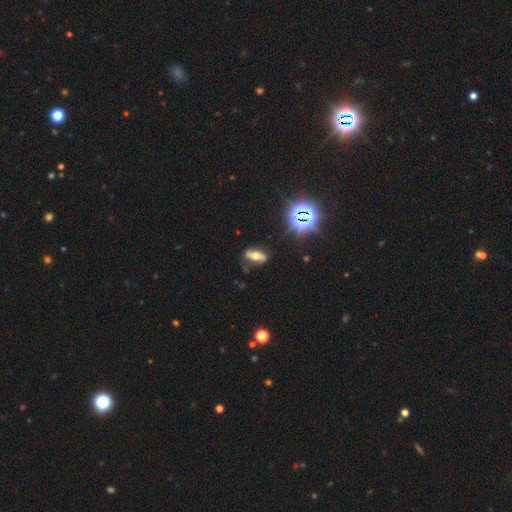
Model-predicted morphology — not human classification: A smooth galaxy with no disk features (42%). Merging: none (77%).